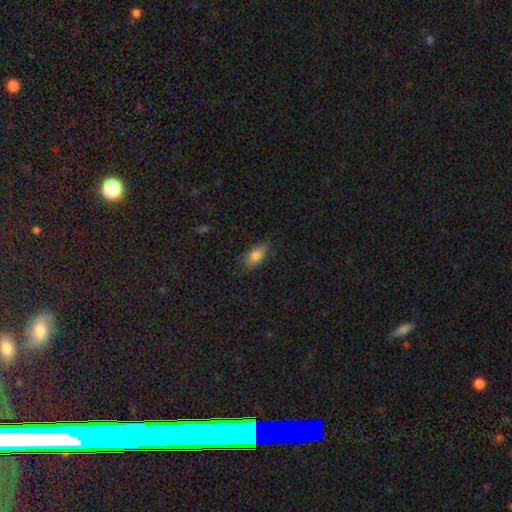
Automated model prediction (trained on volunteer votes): This is clearly a smooth galaxy (81%). How rounded: clearly in between (87%). Merging: likely none (73%).